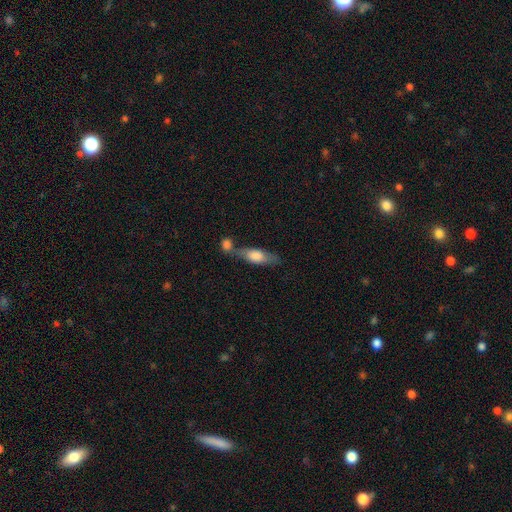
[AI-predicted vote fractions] Smooth or featured? Predicted: smooth (p=0.63). How rounded? Predicted: in between (p=0.57). Merging? Predicted: none (p=0.43).